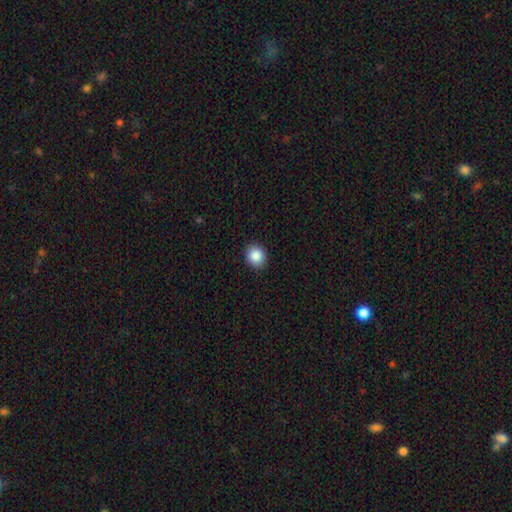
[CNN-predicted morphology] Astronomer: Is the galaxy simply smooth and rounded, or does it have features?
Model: smooth — 88%.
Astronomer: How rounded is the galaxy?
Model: round — 74%.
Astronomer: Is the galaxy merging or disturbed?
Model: none — 91%.